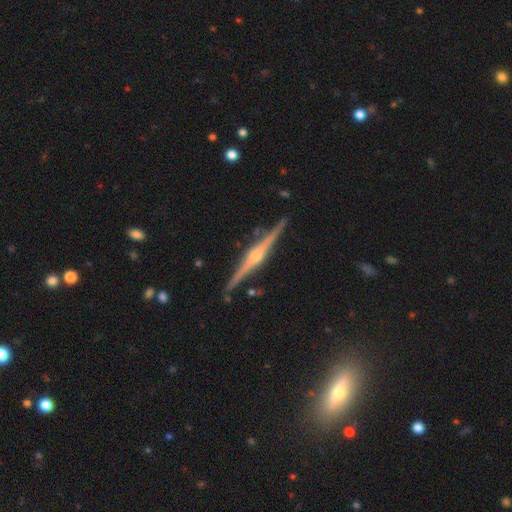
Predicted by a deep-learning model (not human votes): The model was most divided on "smooth or featured": featured or disk: 87%, smooth: 8%, star or artifact: 5%. More confident: edge-on disk — yes (98%); edge-on bulge — rounded (91%); merging — none (88%).